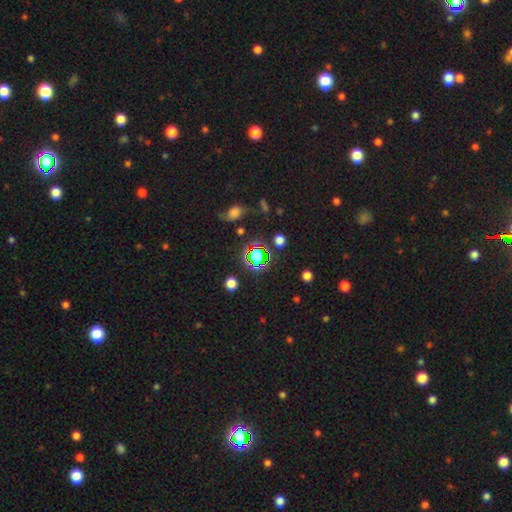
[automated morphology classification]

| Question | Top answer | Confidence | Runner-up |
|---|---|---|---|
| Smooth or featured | star or artifact | 59% | smooth (29%) |